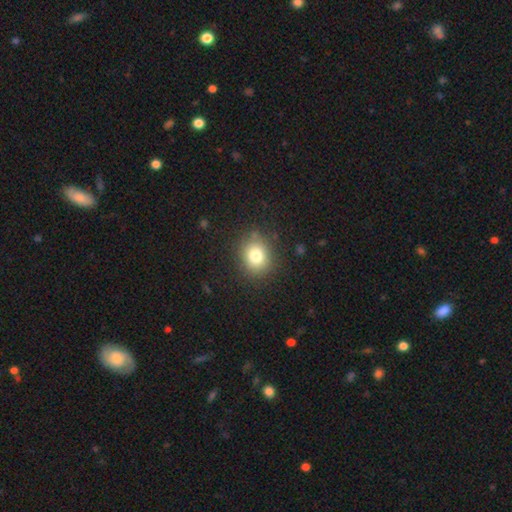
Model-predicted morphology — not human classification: Q: Smooth or featured?
A: smooth (78%); runner-up: star or artifact (13%)
Q: How rounded?
A: round (72%); runner-up: in between (27%)
Q: Merging?
A: none (86%); runner-up: minor disturbance (9%)